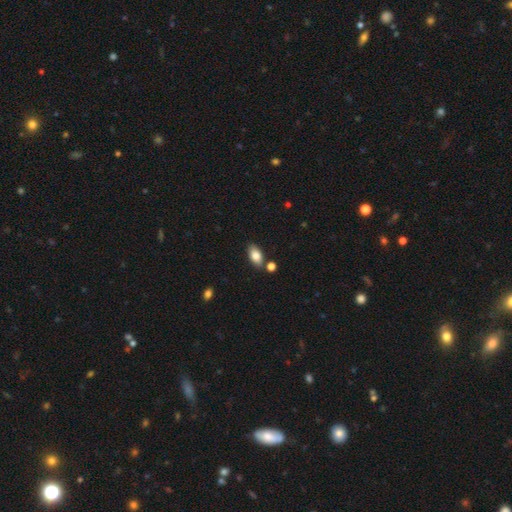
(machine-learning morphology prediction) Smooth or featured? Predicted: smooth (p=0.81). How rounded? Predicted: in between (p=0.91). Merging? Predicted: none (p=0.79).